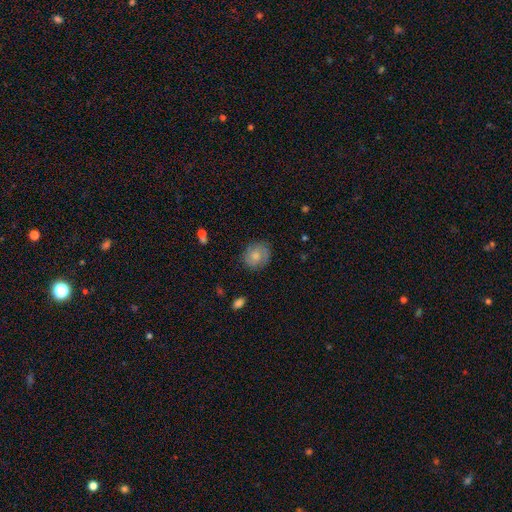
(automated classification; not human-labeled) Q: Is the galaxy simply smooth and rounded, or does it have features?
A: smooth — 63%.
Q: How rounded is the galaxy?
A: round — 75%.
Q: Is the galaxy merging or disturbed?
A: none — 80%.